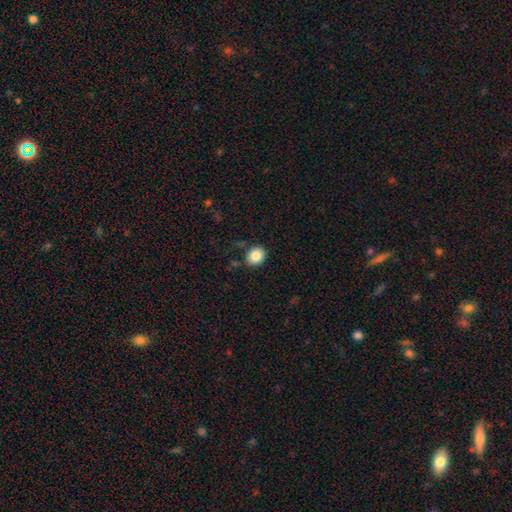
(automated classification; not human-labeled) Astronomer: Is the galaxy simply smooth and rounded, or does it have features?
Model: smooth — 85%.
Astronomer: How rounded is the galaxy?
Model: round — 75%.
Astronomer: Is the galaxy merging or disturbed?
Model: none — 81%.